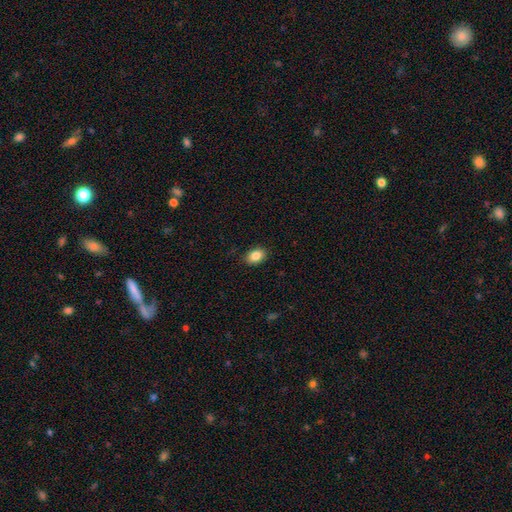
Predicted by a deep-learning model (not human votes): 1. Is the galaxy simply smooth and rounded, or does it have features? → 85% smooth, 9% star or artifact, 6% featured or disk.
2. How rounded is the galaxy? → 76% in between, 23% round, 1% cigar-shaped.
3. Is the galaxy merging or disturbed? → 88% none, 9% minor disturbance, 2% major disturbance, 1% merger.